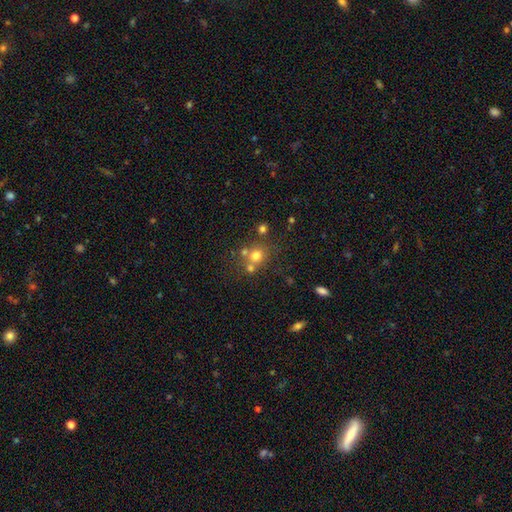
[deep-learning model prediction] Smooth or featured? smooth (69%)
How rounded? round (83%)
Merging? none (55%)